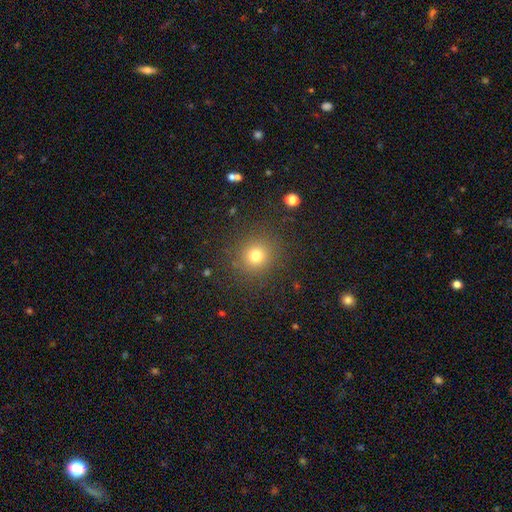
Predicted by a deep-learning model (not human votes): smooth 75%, star or artifact 18%, featured or disk 7%. Down the decision tree: how rounded — round (90%); merging — none (87%).